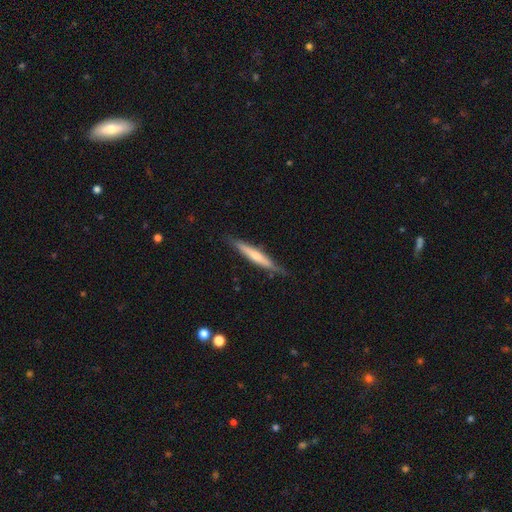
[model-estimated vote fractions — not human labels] smooth_or_featured: smooth (p=0.49) [alt: featured or disk p=0.46]
merging: none (p=0.83) [alt: minor disturbance p=0.13]